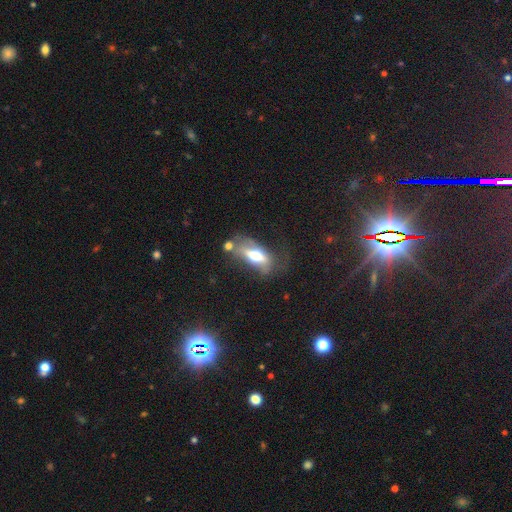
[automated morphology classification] type=featured or disk (47%); merging=none (38%).